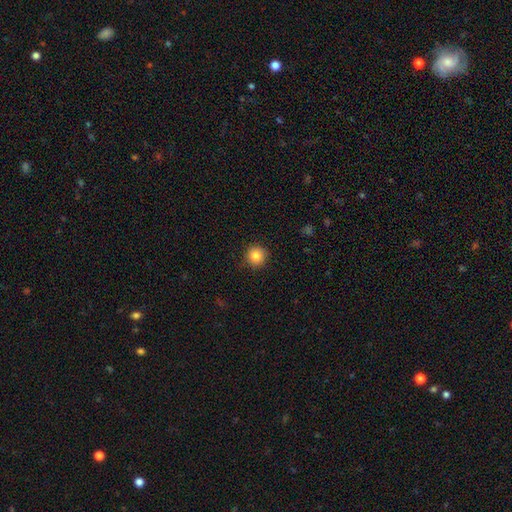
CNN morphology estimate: A smooth galaxy with no disk features (85%) that is round (94%). Merging: none (88%).